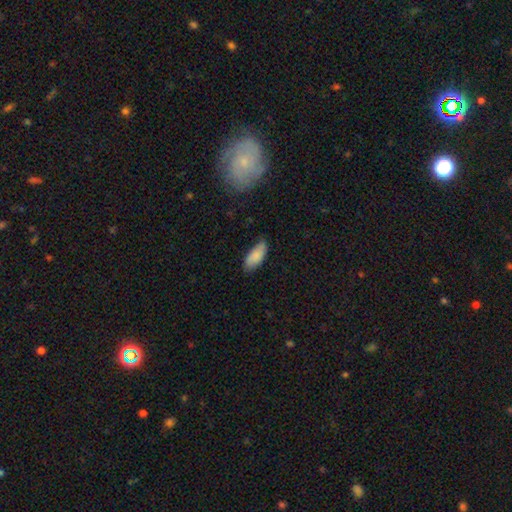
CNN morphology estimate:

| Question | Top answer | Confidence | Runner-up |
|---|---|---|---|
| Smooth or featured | smooth | 85% | featured or disk (9%) |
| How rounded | in between | 83% | cigar-shaped (15%) |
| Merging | none | 74% | minor disturbance (21%) |